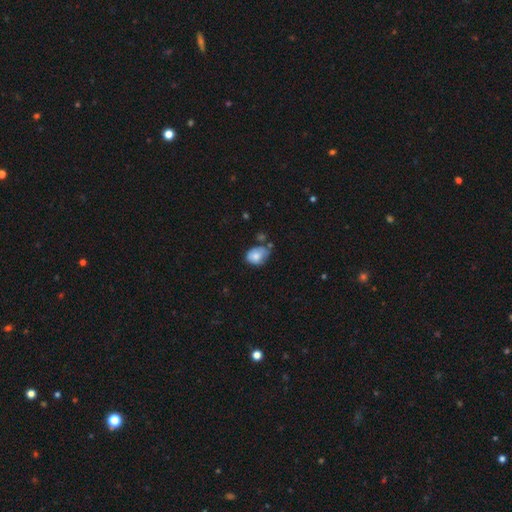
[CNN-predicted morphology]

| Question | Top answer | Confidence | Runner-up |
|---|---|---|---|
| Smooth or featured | smooth | 75% | featured or disk (17%) |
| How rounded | in between | 67% | round (32%) |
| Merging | none | 41% | minor disturbance (36%) |